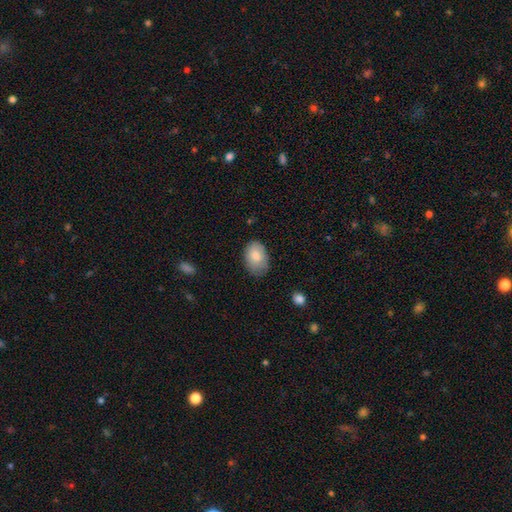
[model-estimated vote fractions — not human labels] A smooth galaxy with no disk features (82%) that is in between round and cigar-shaped (86%).

Vote fractions:
- Smooth or featured? smooth: 82% / featured or disk: 11% / star or artifact: 7%
- How rounded? in between: 86% / round: 13% / cigar-shaped: 1%
- Merging? none: 70% / minor disturbance: 24% / major disturbance: 5% / merger: 1%